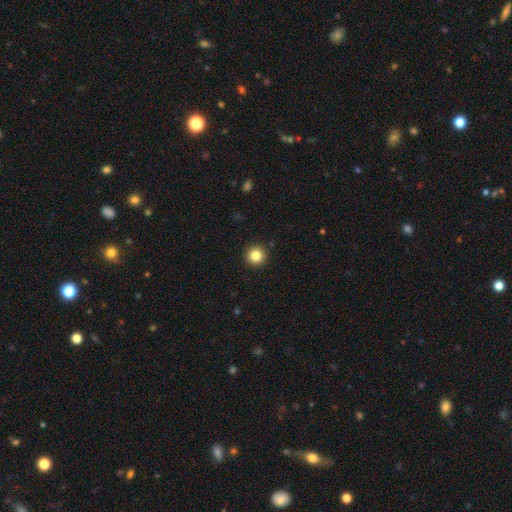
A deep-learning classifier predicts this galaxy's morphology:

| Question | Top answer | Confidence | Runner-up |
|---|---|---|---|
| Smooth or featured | smooth | 84% | star or artifact (11%) |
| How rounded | round | 96% | in between (3%) |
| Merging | none | 93% | minor disturbance (5%) |